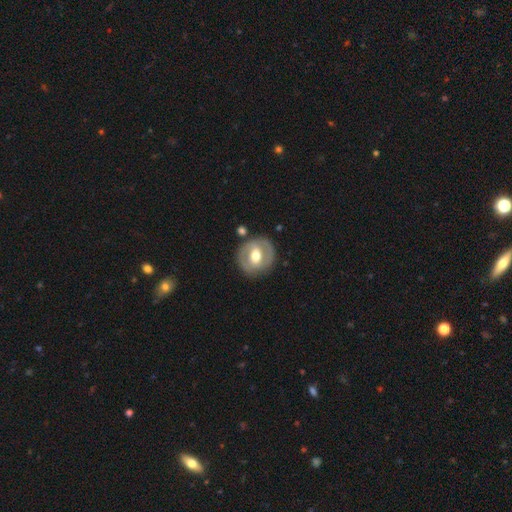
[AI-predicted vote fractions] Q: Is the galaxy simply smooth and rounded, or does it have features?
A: featured or disk — 60%.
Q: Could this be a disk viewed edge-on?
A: no — 95%.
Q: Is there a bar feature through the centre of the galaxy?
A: weak — 41%.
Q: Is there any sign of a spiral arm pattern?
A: no — 57%.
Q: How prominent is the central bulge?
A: moderate — 74%.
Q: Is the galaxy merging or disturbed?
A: none — 80%.